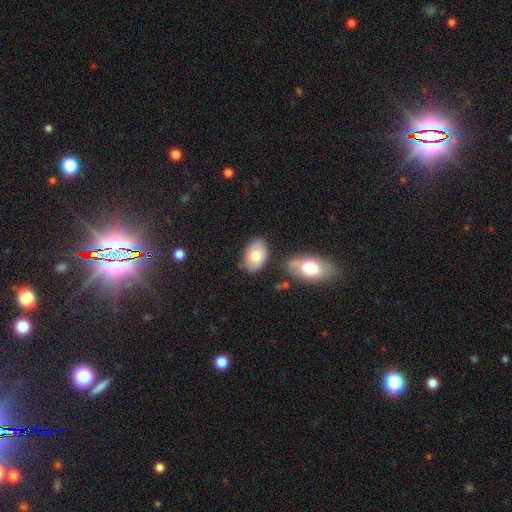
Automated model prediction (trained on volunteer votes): This appears to be a smooth galaxy with no disk features (73%) that is in between round and cigar-shaped (91%). Merging: none (74%).